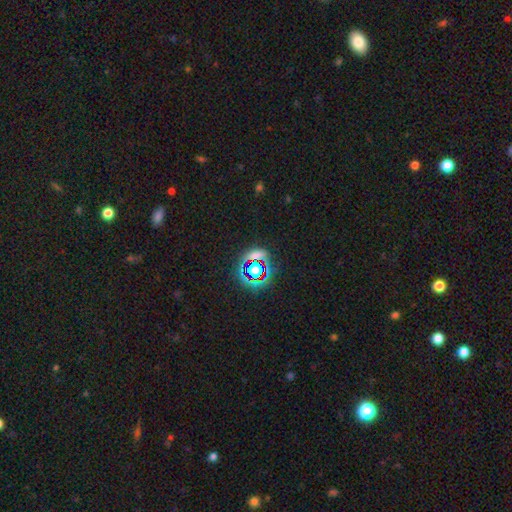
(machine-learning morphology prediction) Smooth or featured?
  - star or artifact: 62% *
  - smooth: 27%
  - featured or disk: 11%